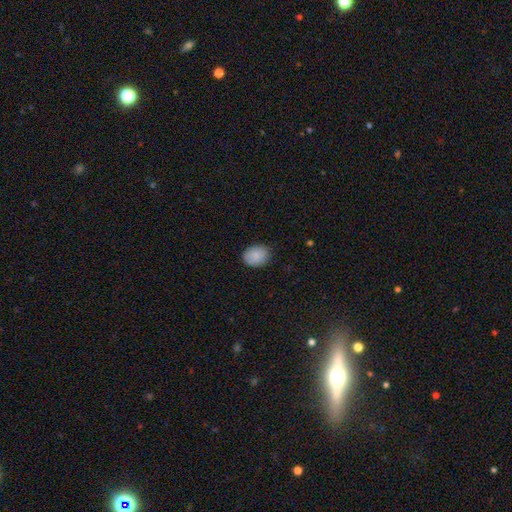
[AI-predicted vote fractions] smooth-or-featured: smooth: 88% | star or artifact: 7% | featured or disk: 5%
  how-rounded: in between: 61% | round: 38% | cigar-shaped: 1%
  merging: none: 83% | minor disturbance: 14% | major disturbance: 3% | merger: 1%